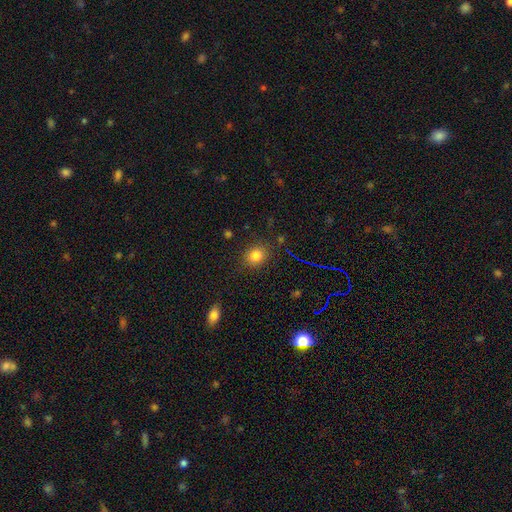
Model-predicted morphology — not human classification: A smooth galaxy with no disk features (82%) that is round (58%).

Vote fractions:
- Smooth or featured? smooth: 82% / star or artifact: 12% / featured or disk: 6%
- How rounded? round: 58% / in between: 41% / cigar-shaped: 1%
- Merging? none: 84% / minor disturbance: 11% / major disturbance: 3% / merger: 2%